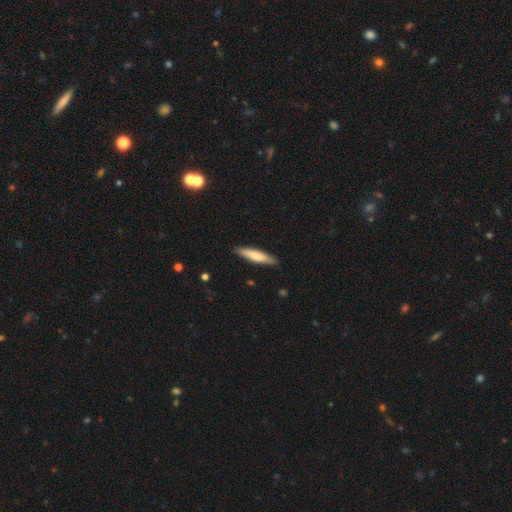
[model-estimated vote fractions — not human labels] Morphology: type=smooth (71%); roundness=cigar-shaped (83%); merging=none (88%).